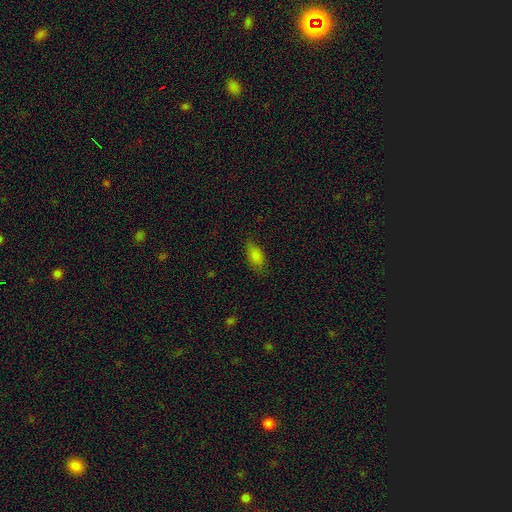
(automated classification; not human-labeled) Smooth or featured: smooth — 83% (star or artifact — 9%)
How rounded: in between — 89% (cigar-shaped — 7%)
Merging: none — 75% (minor disturbance — 19%)